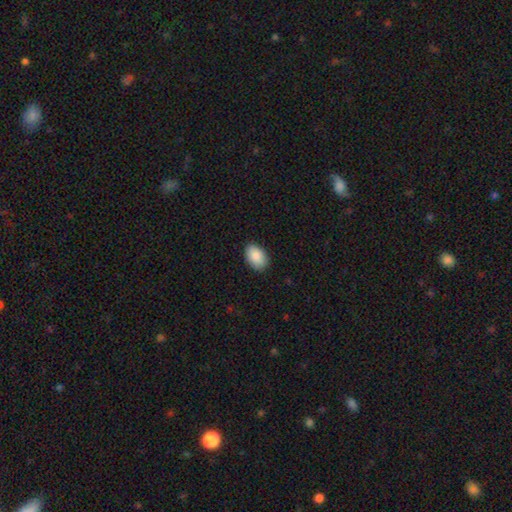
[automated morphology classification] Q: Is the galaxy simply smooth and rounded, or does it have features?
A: smooth — 88%.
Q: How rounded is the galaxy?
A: in between — 89%.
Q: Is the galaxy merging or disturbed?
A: none — 88%.